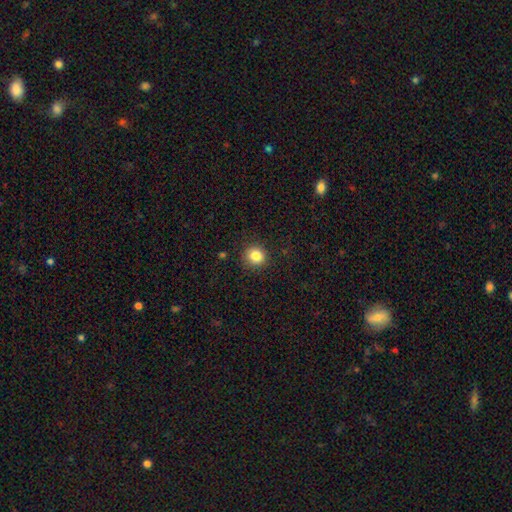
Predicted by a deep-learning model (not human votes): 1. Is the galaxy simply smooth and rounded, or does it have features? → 84% smooth, 11% star or artifact, 5% featured or disk.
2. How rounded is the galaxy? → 90% round, 9% in between, 1% cigar-shaped.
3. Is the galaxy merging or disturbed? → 90% none, 7% minor disturbance, 2% major disturbance, 1% merger.